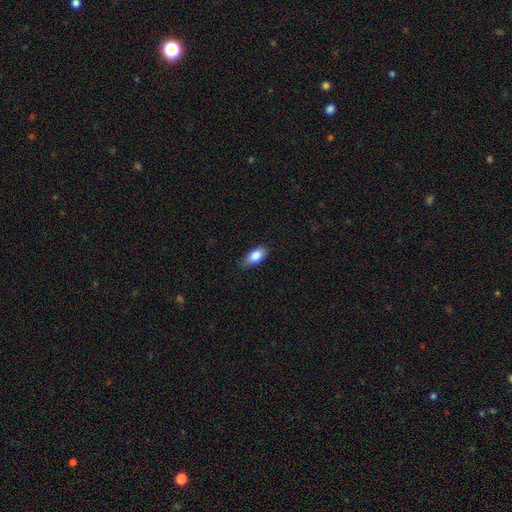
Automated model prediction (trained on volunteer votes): Smooth or featured? smooth (85%)
How rounded? in between (89%)
Merging? none (79%)